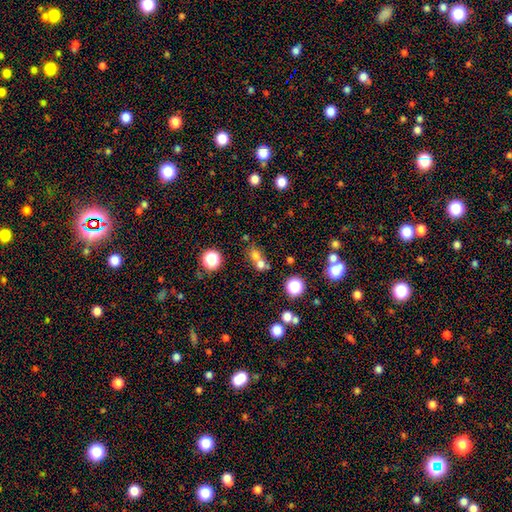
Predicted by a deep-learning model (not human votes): smooth-or-featured: smooth: 67% | star or artifact: 20% | featured or disk: 13%
  how-rounded: round: 70% | in between: 28% | cigar-shaped: 2%
  merging: merger: 55% | none: 35% | minor disturbance: 6% | major disturbance: 3%